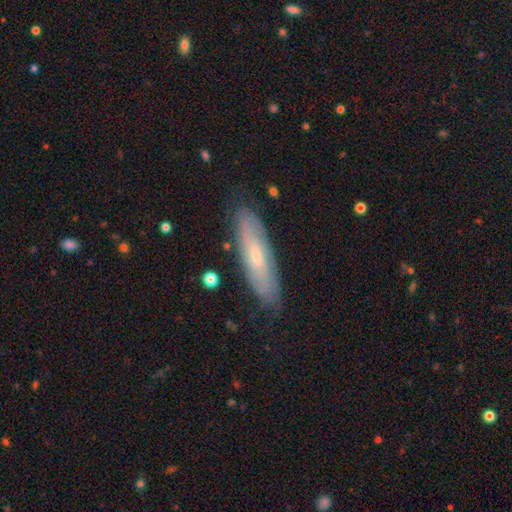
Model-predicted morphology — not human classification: featured or disk 55%, smooth 38%, star or artifact 7%. Down the decision tree: edge-on disk — no (65%); merging — none (80%).